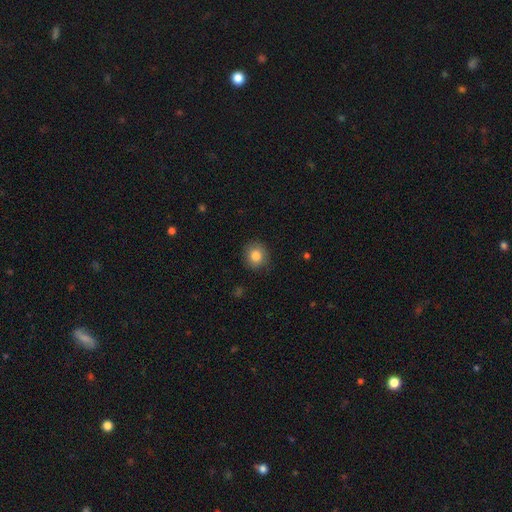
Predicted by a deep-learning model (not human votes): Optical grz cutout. It shows a smooth galaxy with no disk features (84%) that is round (84%). Merging: none (86%).